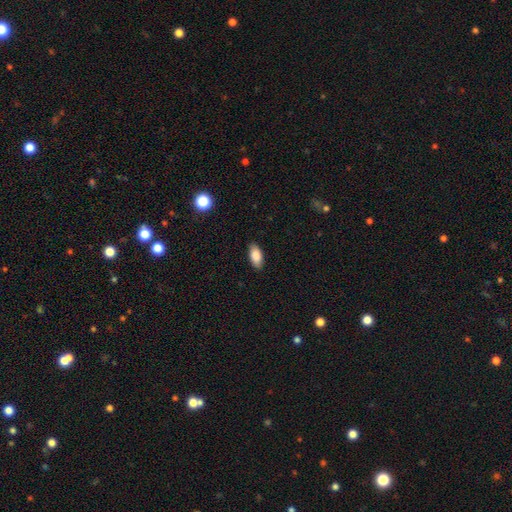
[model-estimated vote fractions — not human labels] smooth_or_featured: smooth (p=0.87) [alt: star or artifact p=0.07]
how_rounded: in between (p=0.91) [alt: cigar-shaped p=0.07]
merging: none (p=0.86) [alt: minor disturbance p=0.11]